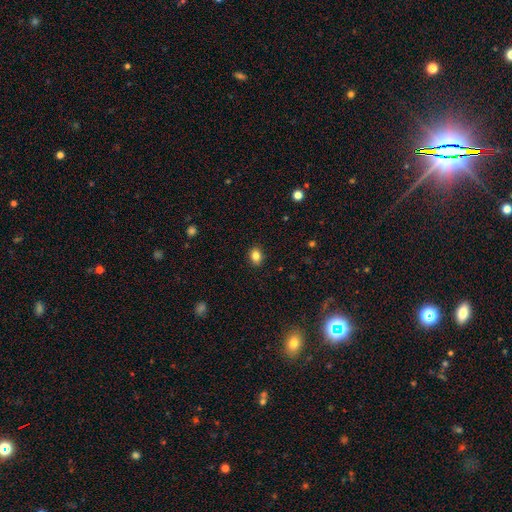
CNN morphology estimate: This is clearly a smooth galaxy (84%). How rounded: possibly in between (57%). Merging: clearly none (90%).